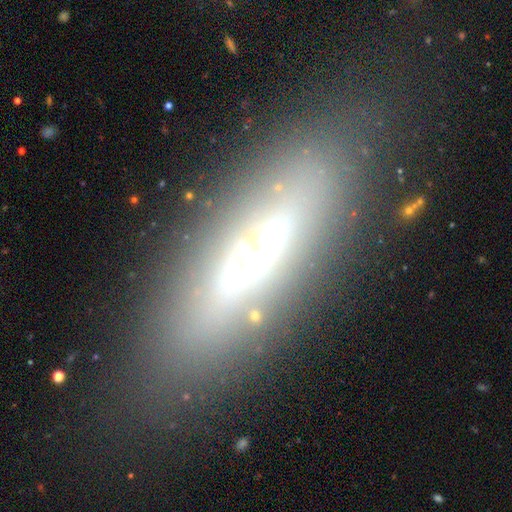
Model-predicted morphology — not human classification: Smooth or featured?
  - featured or disk: 47% *
  - smooth: 39%
  - star or artifact: 14%
Merging?
  - none: 71% *
  - minor disturbance: 16%
  - major disturbance: 9%
  - merger: 4%